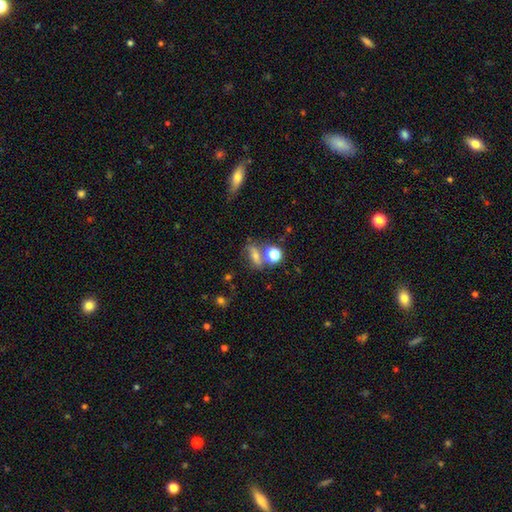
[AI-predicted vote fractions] This appears to be a smooth galaxy with no disk features (44%). Merging: none (51%).